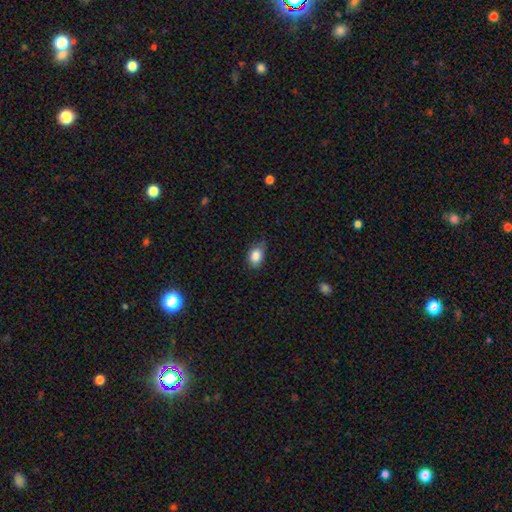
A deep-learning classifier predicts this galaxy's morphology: A smooth galaxy with no disk features (86%) that is in between round and cigar-shaped (74%).

Vote fractions:
- Smooth or featured? smooth: 86% / star or artifact: 9% / featured or disk: 6%
- How rounded? in between: 74% / round: 24% / cigar-shaped: 1%
- Merging? none: 67% / minor disturbance: 27% / major disturbance: 5% / merger: 1%